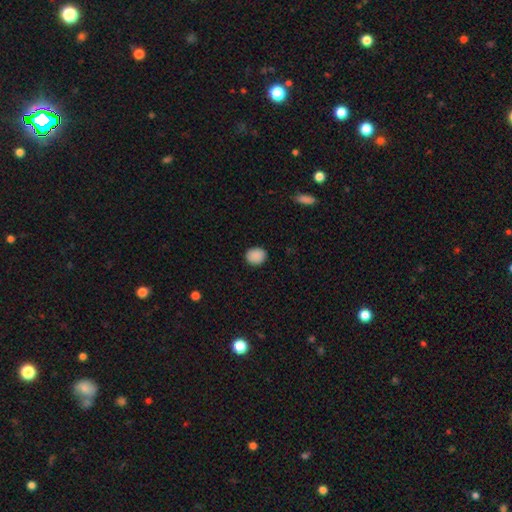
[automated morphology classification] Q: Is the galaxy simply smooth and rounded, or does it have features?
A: smooth — 89%.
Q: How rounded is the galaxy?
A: round — 67%.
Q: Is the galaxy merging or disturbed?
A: none — 89%.